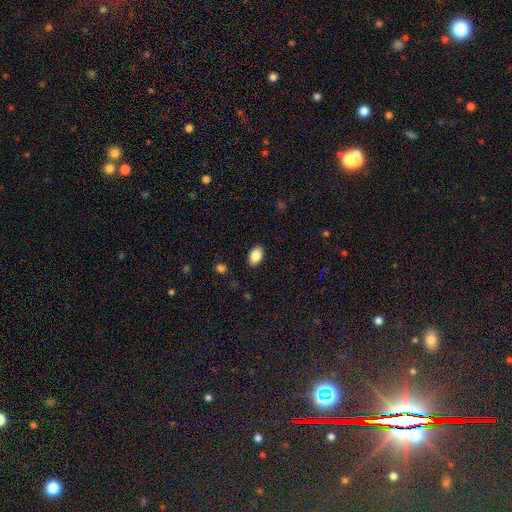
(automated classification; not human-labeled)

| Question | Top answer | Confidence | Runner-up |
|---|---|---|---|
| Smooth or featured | smooth | 87% | star or artifact (8%) |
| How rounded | in between | 91% | round (8%) |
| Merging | none | 88% | minor disturbance (9%) |